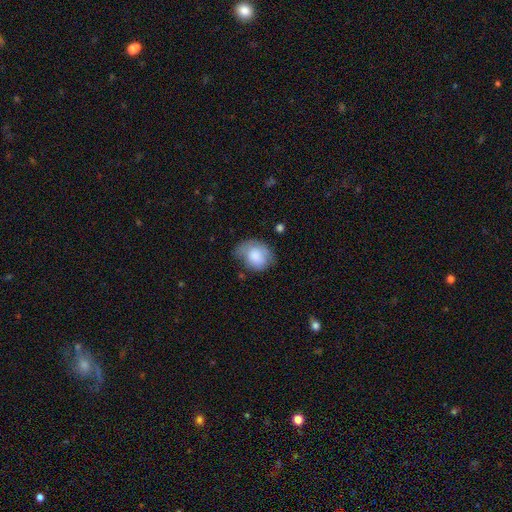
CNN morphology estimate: smooth_or_featured: smooth (p=0.79) [alt: featured or disk p=0.14]
how_rounded: in between (p=0.53) [alt: round p=0.46]
merging: none (p=0.45) [alt: minor disturbance p=0.36]